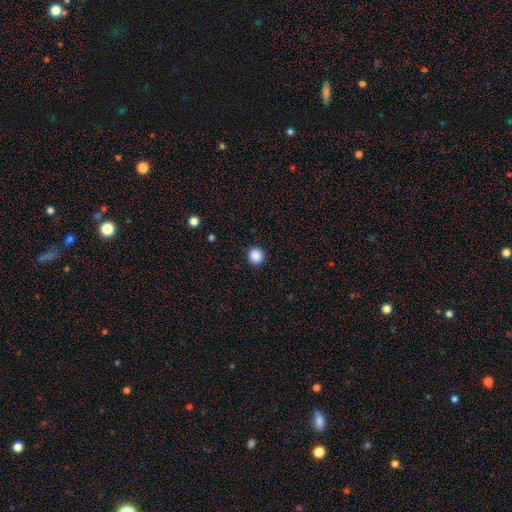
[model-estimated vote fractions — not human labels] smooth-or-featured: smooth: 88% | star or artifact: 10% | featured or disk: 2%
  how-rounded: round: 95% | in between: 4% | cigar-shaped: 1%
  merging: none: 92% | minor disturbance: 5% | major disturbance: 2% | merger: 1%